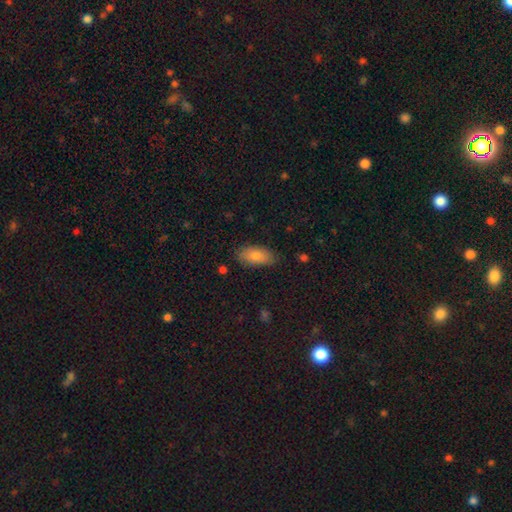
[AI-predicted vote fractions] smooth-or-featured: smooth: 81% | featured or disk: 11% | star or artifact: 8%
  how-rounded: in between: 89% | cigar-shaped: 8% | round: 3%
  merging: none: 82% | minor disturbance: 14% | major disturbance: 3% | merger: 1%